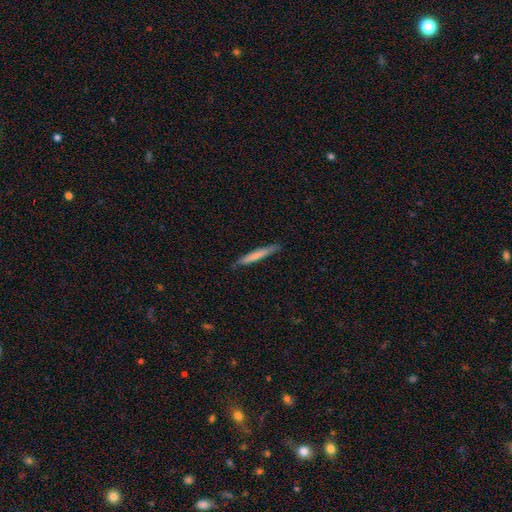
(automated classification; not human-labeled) The model was most divided on "smooth or featured": smooth: 70%, featured or disk: 25%, star or artifact: 5%. More confident: how rounded — cigar-shaped (96%); merging — none (87%).